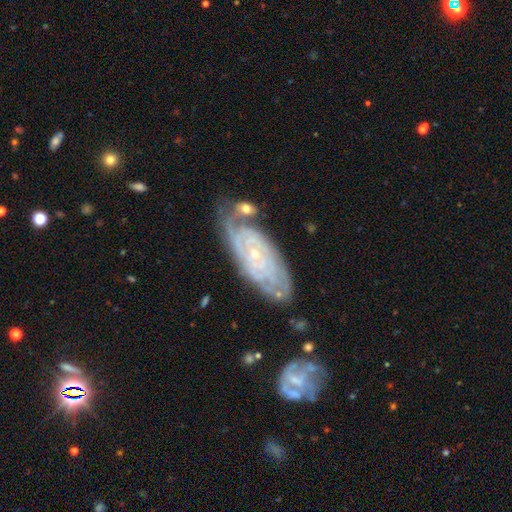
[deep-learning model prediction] Q: Smooth or featured?
A: featured or disk (84%); runner-up: smooth (9%)
Q: Edge-on disk?
A: no (93%); runner-up: yes (7%)
Q: Bar?
A: no (75%); runner-up: weak (19%)
Q: Spiral arms?
A: yes (95%); runner-up: no (5%)
Q: Spiral winding?
A: tight (80%); runner-up: medium (16%)
Q: Spiral arm count?
A: can't tell (42%); runner-up: 2 (21%)
Q: Bulge size?
A: small (82%); runner-up: moderate (14%)
Q: Merging?
A: none (61%); runner-up: minor disturbance (22%)